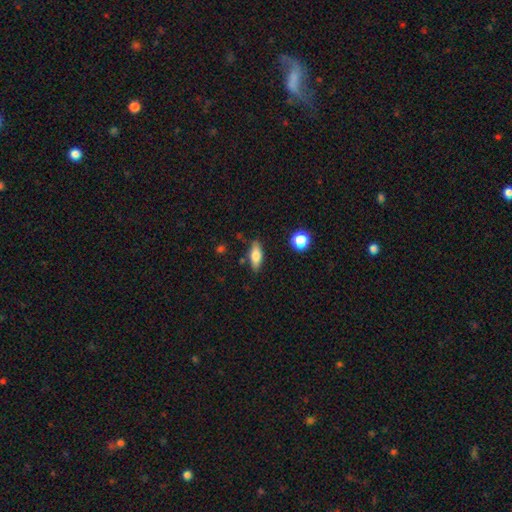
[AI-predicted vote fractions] smooth-or-featured: smooth: 72% | featured or disk: 20% | star or artifact: 8%
  how-rounded: in between: 70% | cigar-shaped: 26% | round: 4%
  merging: none: 81% | minor disturbance: 14% | major disturbance: 3% | merger: 3%